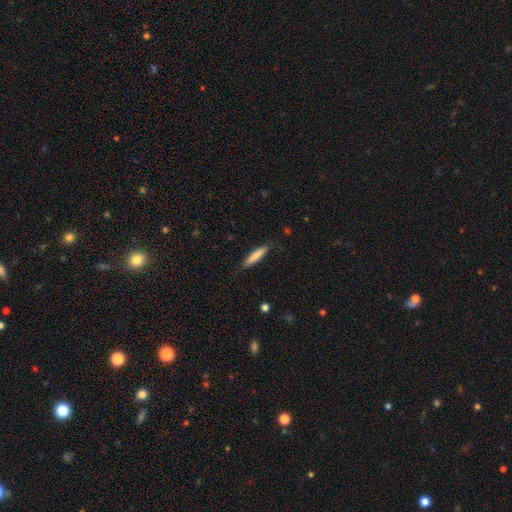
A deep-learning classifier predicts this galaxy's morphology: A smooth galaxy with no disk features (79%) that is cigar-shaped (86%).

Vote fractions:
- Smooth or featured? smooth: 79% / featured or disk: 15% / star or artifact: 6%
- How rounded? cigar-shaped: 86% / in between: 12% / round: 1%
- Merging? none: 85% / minor disturbance: 11% / major disturbance: 2% / merger: 1%